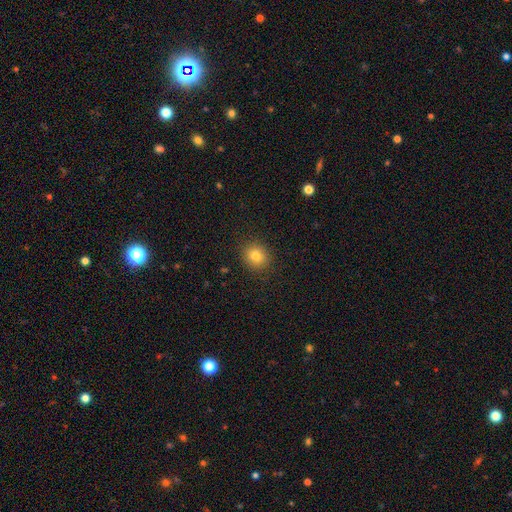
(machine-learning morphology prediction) smooth 80%, star or artifact 12%, featured or disk 7%. Down the decision tree: how rounded — round (78%); merging — none (90%).